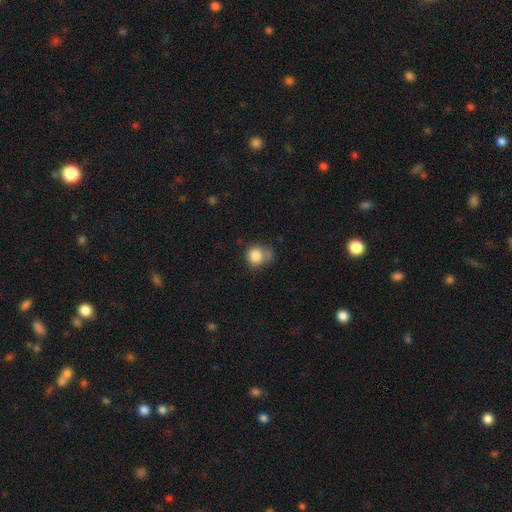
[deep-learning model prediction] Smooth or featured? Predicted: smooth (p=0.83). How rounded? Predicted: round (p=0.81). Merging? Predicted: none (p=0.48).